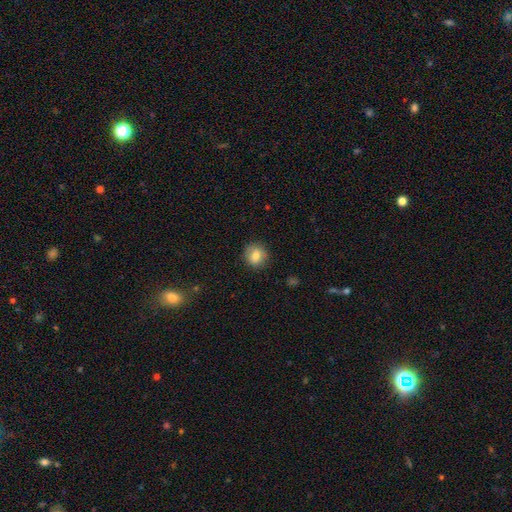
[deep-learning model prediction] Overall: smooth (80%). How rounded: round (85%). Merging: none (88%).